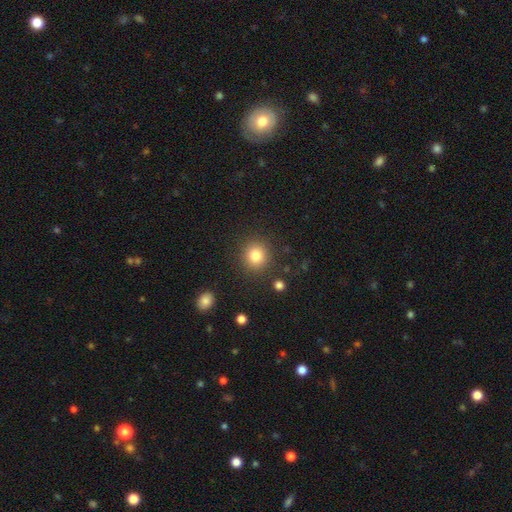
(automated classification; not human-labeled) Smooth or featured? smooth (81%)
How rounded? round (89%)
Merging? none (88%)